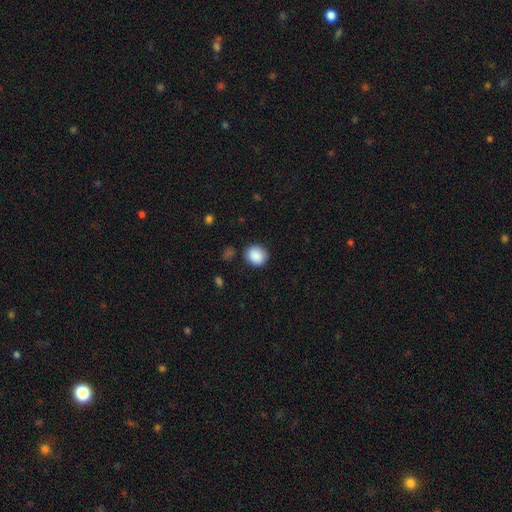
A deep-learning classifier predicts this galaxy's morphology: Smooth or featured?
  - smooth: 89% *
  - star or artifact: 8%
  - featured or disk: 3%
How rounded?
  - round: 75% *
  - in between: 24%
  - cigar-shaped: 1%
Merging?
  - none: 84% *
  - minor disturbance: 11%
  - major disturbance: 3%
  - merger: 2%